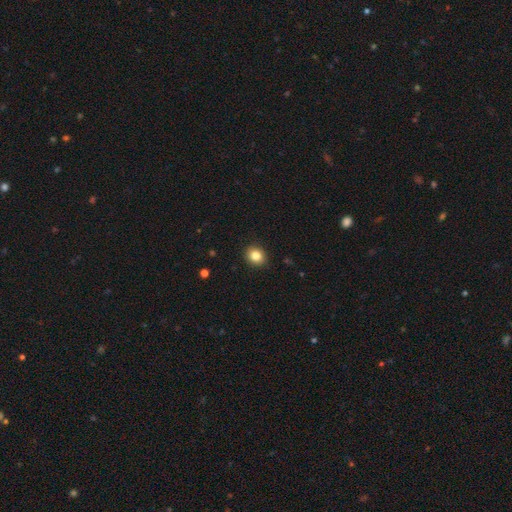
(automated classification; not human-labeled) Smooth or featured: smooth — 85% (star or artifact — 10%)
How rounded: round — 71% (in between — 28%)
Merging: none — 90% (minor disturbance — 7%)